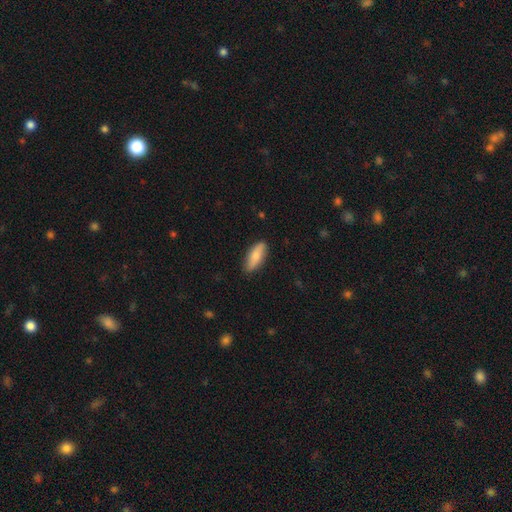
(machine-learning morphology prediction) Q: Smooth or featured?
A: smooth (75%); runner-up: featured or disk (19%)
Q: How rounded?
A: in between (70%); runner-up: cigar-shaped (28%)
Q: Merging?
A: none (85%); runner-up: minor disturbance (12%)